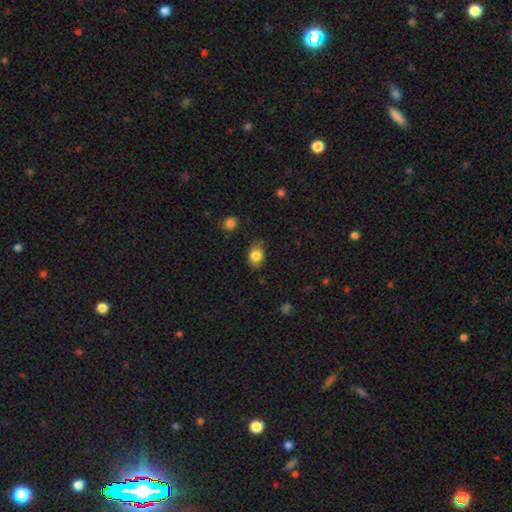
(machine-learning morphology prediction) Smooth or featured? smooth (83%)
How rounded? in between (52%)
Merging? none (70%)